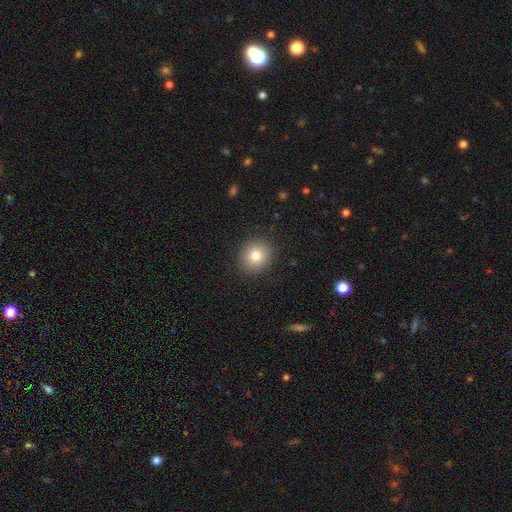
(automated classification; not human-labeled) smooth 79%, star or artifact 11%, featured or disk 10%. Down the decision tree: how rounded — round (78%); merging — none (89%).